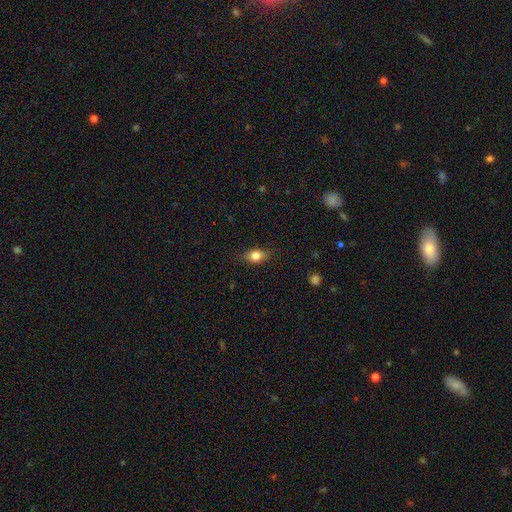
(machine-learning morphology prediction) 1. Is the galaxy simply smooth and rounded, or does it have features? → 79% smooth, 11% featured or disk, 9% star or artifact.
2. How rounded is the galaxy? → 73% in between, 22% round, 5% cigar-shaped.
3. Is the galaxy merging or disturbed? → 82% none, 14% minor disturbance, 3% major disturbance, 1% merger.